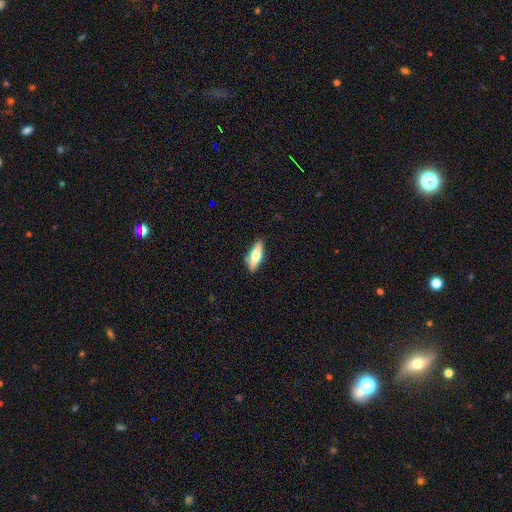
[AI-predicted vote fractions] Q: Smooth or featured?
A: smooth (59%); runner-up: featured or disk (35%)
Q: How rounded?
A: in between (59%); runner-up: cigar-shaped (39%)
Q: Merging?
A: none (81%); runner-up: minor disturbance (14%)